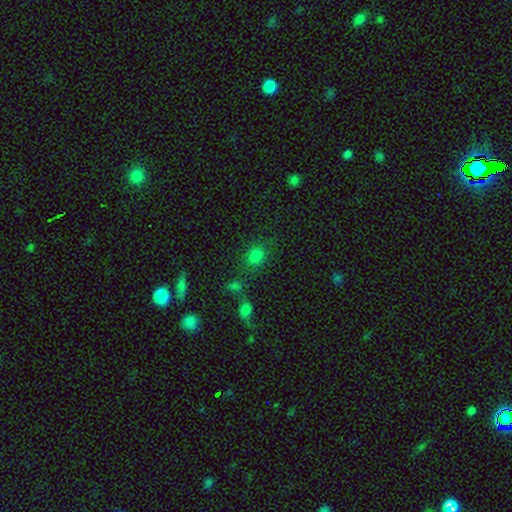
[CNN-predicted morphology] type=smooth (76%); roundness=in between (52%); merging=none (67%).